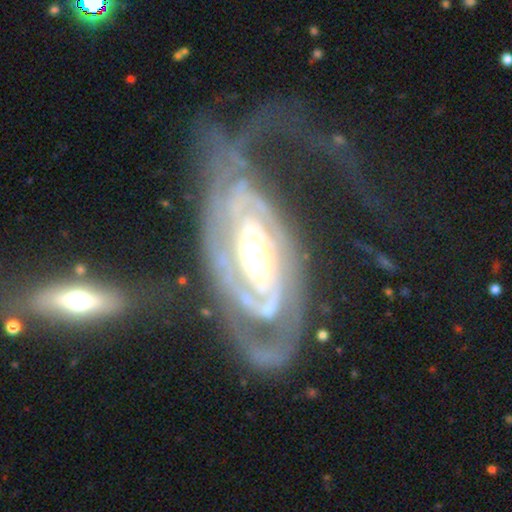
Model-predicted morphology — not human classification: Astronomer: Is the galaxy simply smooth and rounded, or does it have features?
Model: featured or disk — 90%.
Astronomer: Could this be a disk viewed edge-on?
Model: no — 95%.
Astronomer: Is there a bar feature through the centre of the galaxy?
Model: no — 36% (runner-up: weak, 34%).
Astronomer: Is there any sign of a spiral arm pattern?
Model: yes — 93%.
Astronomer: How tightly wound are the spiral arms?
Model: tight — 60%.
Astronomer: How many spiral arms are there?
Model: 2 — 38% (runner-up: can't tell, 27%).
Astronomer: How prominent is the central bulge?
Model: moderate — 56%.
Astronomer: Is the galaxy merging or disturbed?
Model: major disturbance — 48% (runner-up: none, 26%).